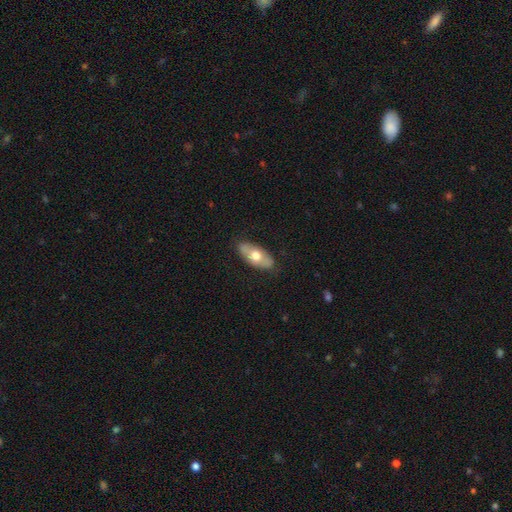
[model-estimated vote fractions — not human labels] Q: Smooth or featured?
A: smooth (60%); runner-up: featured or disk (35%)
Q: How rounded?
A: in between (89%); runner-up: cigar-shaped (7%)
Q: Merging?
A: none (83%); runner-up: minor disturbance (13%)